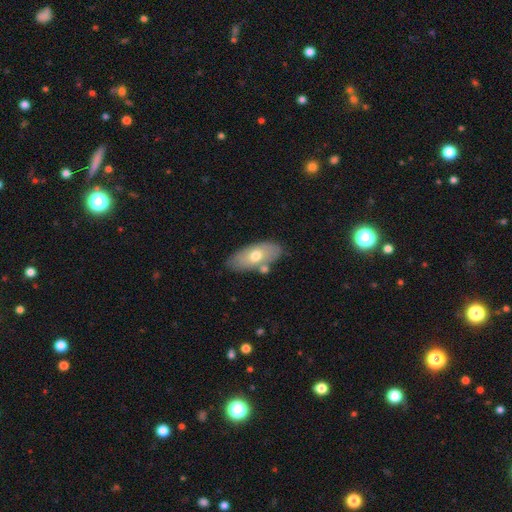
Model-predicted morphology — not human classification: A smooth galaxy with no disk features (62%) that is in between round and cigar-shaped (88%). Merging: none (75%).